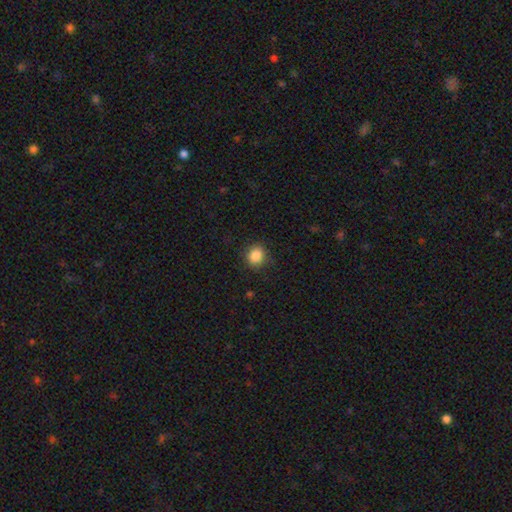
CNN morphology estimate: smooth-or-featured: smooth: 86% | star or artifact: 10% | featured or disk: 4%
  how-rounded: round: 73% | in between: 26% | cigar-shaped: 1%
  merging: none: 86% | minor disturbance: 10% | major disturbance: 3% | merger: 1%